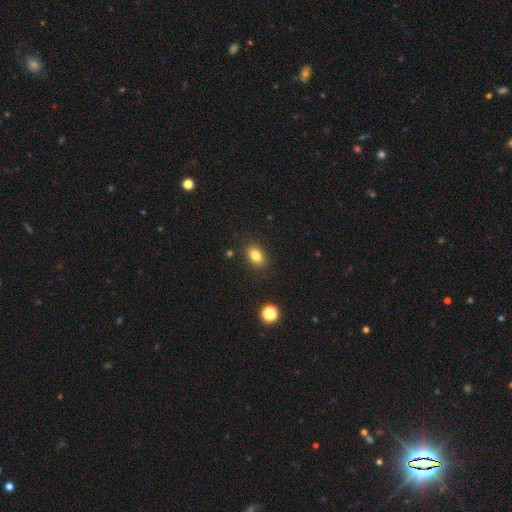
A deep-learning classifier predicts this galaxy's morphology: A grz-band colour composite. It shows a smooth galaxy with no disk features (82%) that is in between round and cigar-shaped (78%). Merging: none (86%).